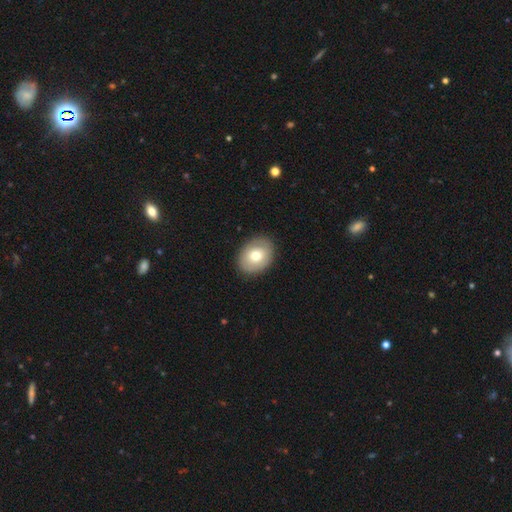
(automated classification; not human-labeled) A smooth galaxy with no disk features (67%) that is in between round and cigar-shaped (61%).

Vote fractions:
- Smooth or featured? smooth: 67% / featured or disk: 26% / star or artifact: 7%
- How rounded? in between: 61% / round: 38% / cigar-shaped: 1%
- Merging? none: 87% / minor disturbance: 9% / major disturbance: 3% / merger: 1%